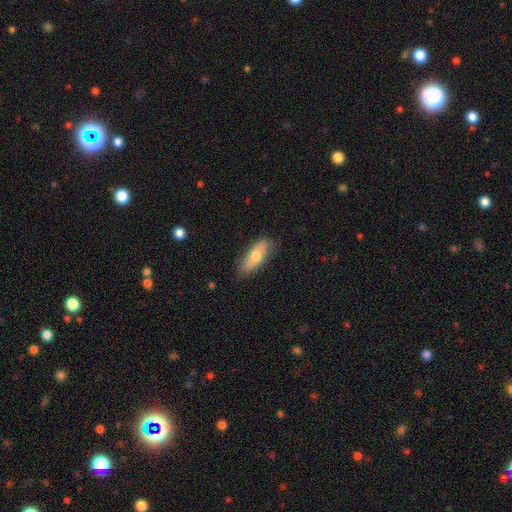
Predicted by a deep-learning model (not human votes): Morphology: type=smooth (64%); roundness=in between (65%); merging=none (78%).